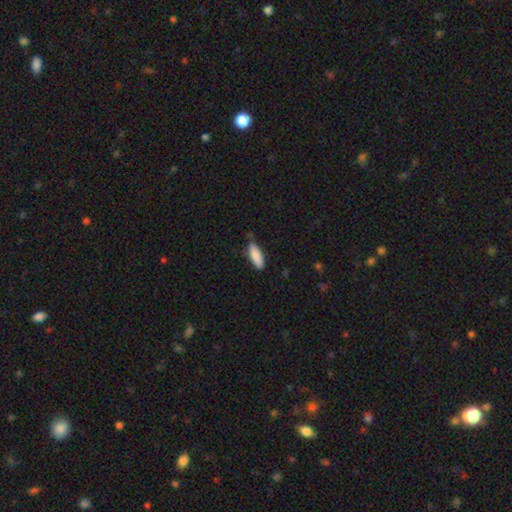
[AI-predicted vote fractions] Q: Smooth or featured?
A: smooth (88%); runner-up: featured or disk (6%)
Q: How rounded?
A: in between (64%); runner-up: cigar-shaped (34%)
Q: Merging?
A: none (73%); runner-up: minor disturbance (22%)